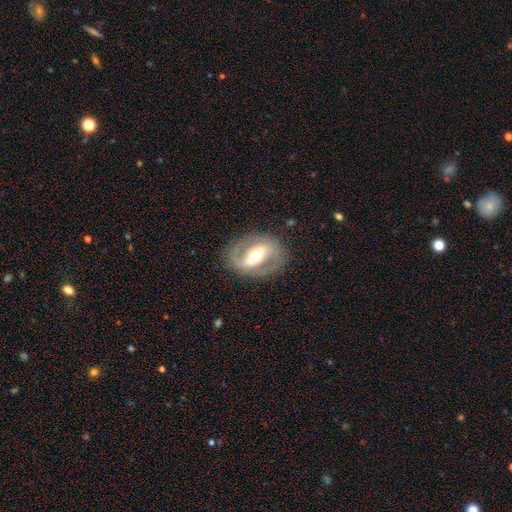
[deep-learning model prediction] Q: Smooth or featured?
A: featured or disk (79%); runner-up: smooth (15%)
Q: Edge-on disk?
A: no (94%); runner-up: yes (6%)
Q: Bar?
A: strong (58%); runner-up: weak (28%)
Q: Spiral arms?
A: yes (74%); runner-up: no (26%)
Q: Spiral winding?
A: medium (48%); runner-up: tight (27%)
Q: Spiral arm count?
A: 2 (85%); runner-up: can't tell (8%)
Q: Bulge size?
A: moderate (64%); runner-up: small (23%)
Q: Merging?
A: none (81%); runner-up: minor disturbance (12%)